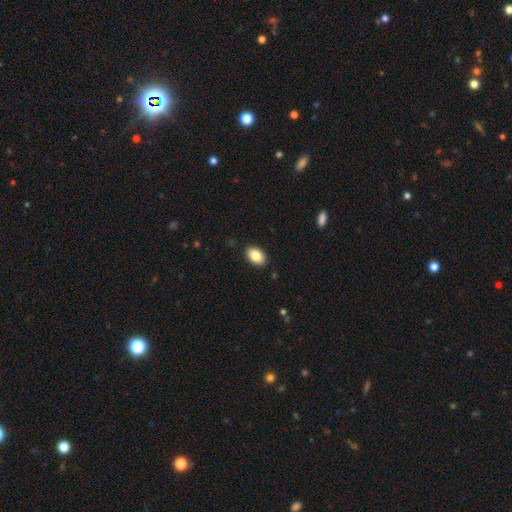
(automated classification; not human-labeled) This is clearly a smooth galaxy (85%). How rounded: clearly in between (88%). Merging: clearly none (89%).